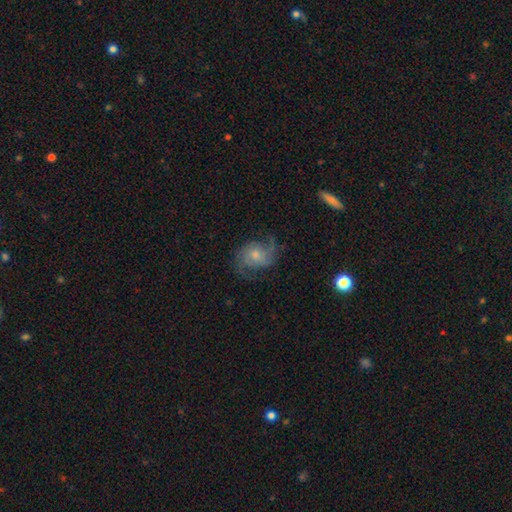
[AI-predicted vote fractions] Smooth or featured: featured or disk — 81% (smooth — 11%)
Edge-on disk: no — 97% (yes — 3%)
Bar: no — 69% (weak — 26%)
Spiral arms: yes — 96% (no — 4%)
Spiral winding: medium — 49% (loose — 30%)
Spiral arm count: 2 — 81% (can't tell — 6%)
Bulge size: moderate — 47% (small — 44%)
Merging: none — 71% (minor disturbance — 17%)